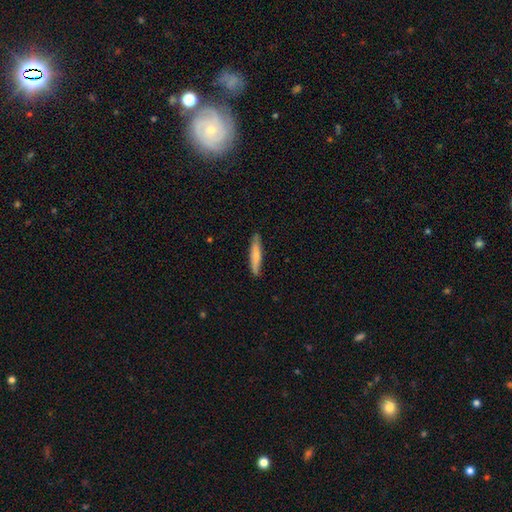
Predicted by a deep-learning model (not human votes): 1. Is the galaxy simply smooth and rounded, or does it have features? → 72% smooth, 22% featured or disk, 5% star or artifact.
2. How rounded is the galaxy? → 90% cigar-shaped, 9% in between, 1% round.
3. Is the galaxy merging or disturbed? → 86% none, 11% minor disturbance, 2% major disturbance, 1% merger.